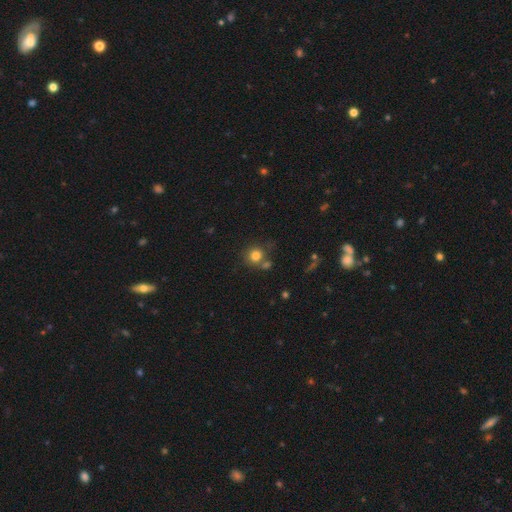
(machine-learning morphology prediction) Smooth or featured?
  - smooth: 80% *
  - star or artifact: 12%
  - featured or disk: 8%
How rounded?
  - round: 88% *
  - in between: 11%
  - cigar-shaped: 1%
Merging?
  - none: 64% *
  - merger: 18%
  - minor disturbance: 12%
  - major disturbance: 5%